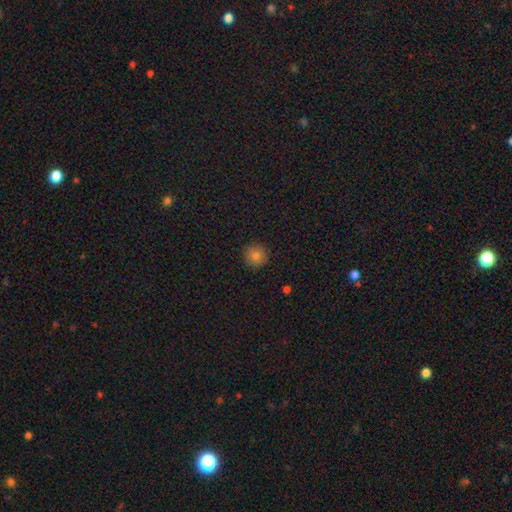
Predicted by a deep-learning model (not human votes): This is clearly a smooth galaxy (81%). How rounded: clearly round (95%). Merging: clearly none (89%).